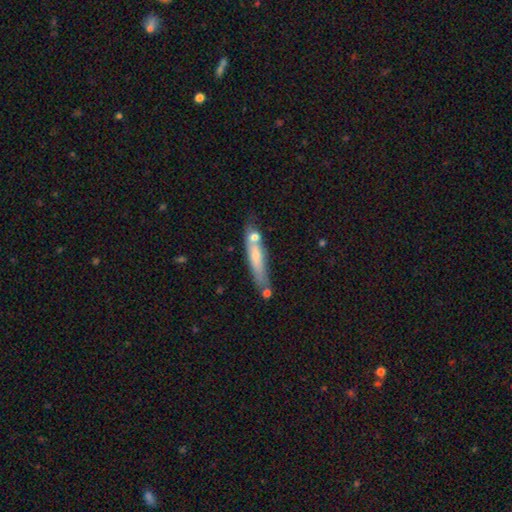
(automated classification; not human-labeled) The model was most divided on "smooth or featured": smooth: 62%, featured or disk: 32%, star or artifact: 7%. More confident: how rounded — cigar-shaped (87%); merging — none (60%).